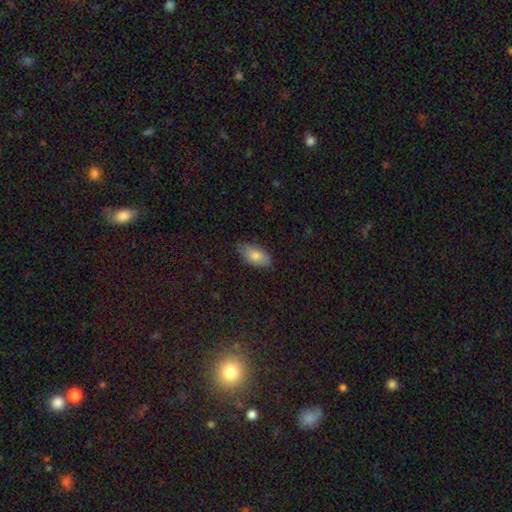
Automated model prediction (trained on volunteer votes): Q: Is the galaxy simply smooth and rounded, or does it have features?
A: smooth — 78%.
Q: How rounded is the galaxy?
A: in between — 92%.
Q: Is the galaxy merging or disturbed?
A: none — 76%.